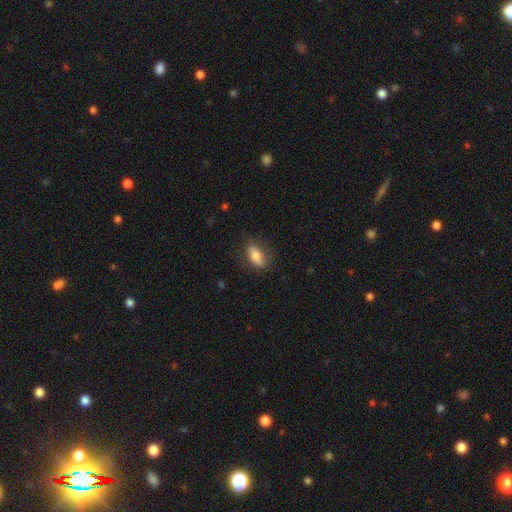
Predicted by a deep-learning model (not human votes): Overall: smooth (77%). How rounded: in between (84%). Merging: none (79%).